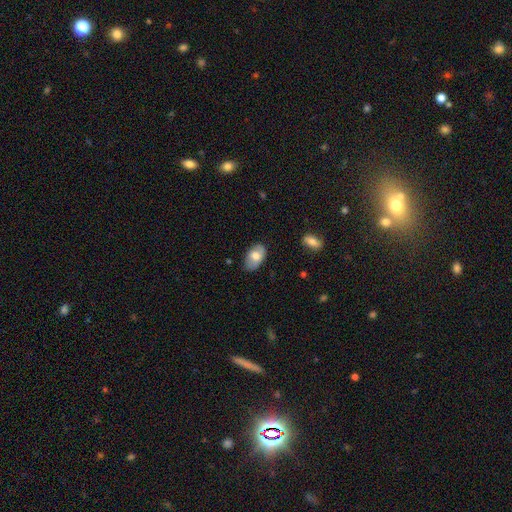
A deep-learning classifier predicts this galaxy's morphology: Q: Smooth or featured?
A: smooth (70%); runner-up: featured or disk (23%)
Q: How rounded?
A: in between (93%); runner-up: round (6%)
Q: Merging?
A: none (75%); runner-up: minor disturbance (20%)